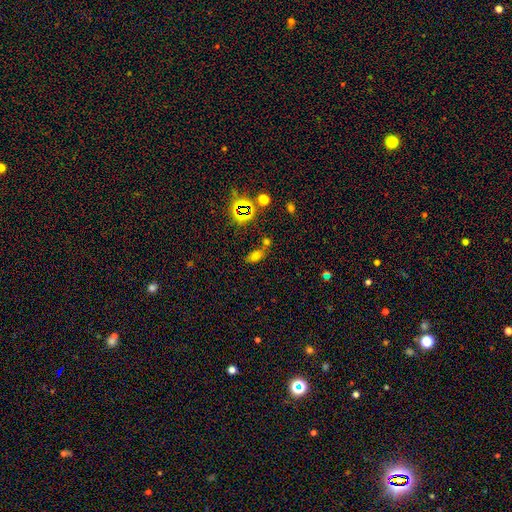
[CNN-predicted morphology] smooth_or_featured: smooth (p=0.61) [alt: star or artifact p=0.28]
how_rounded: in between (p=0.83) [alt: round p=0.12]
merging: none (p=0.56) [alt: merger p=0.22]